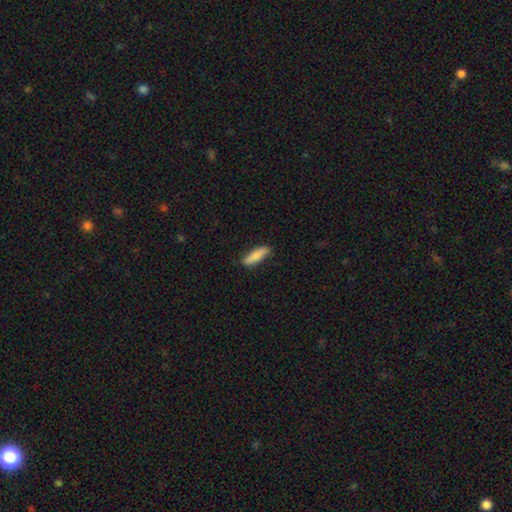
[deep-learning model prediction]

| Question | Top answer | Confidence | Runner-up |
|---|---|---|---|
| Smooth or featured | smooth | 84% | featured or disk (10%) |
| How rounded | cigar-shaped | 62% | in between (37%) |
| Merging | none | 86% | minor disturbance (11%) |